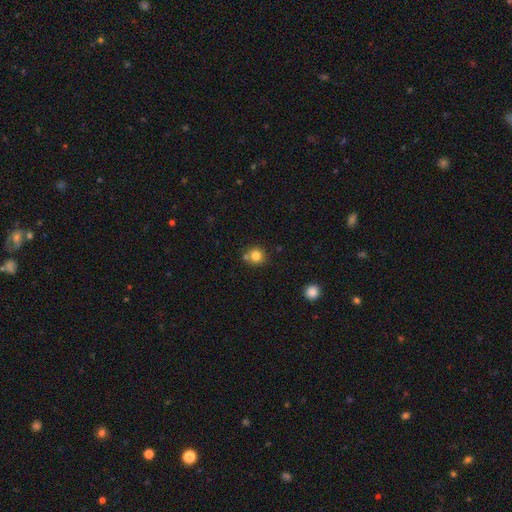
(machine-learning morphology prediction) Smooth or featured? smooth (80%)
How rounded? round (91%)
Merging? none (67%)